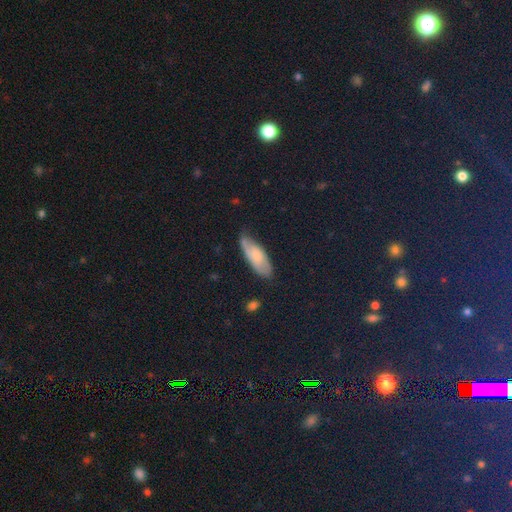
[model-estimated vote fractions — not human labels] A smooth galaxy with no disk features (60%) that is in between round and cigar-shaped (73%).

Vote fractions:
- Smooth or featured? smooth: 60% / featured or disk: 30% / star or artifact: 10%
- How rounded? in between: 73% / cigar-shaped: 24% / round: 3%
- Merging? none: 61% / minor disturbance: 29% / major disturbance: 7% / merger: 2%